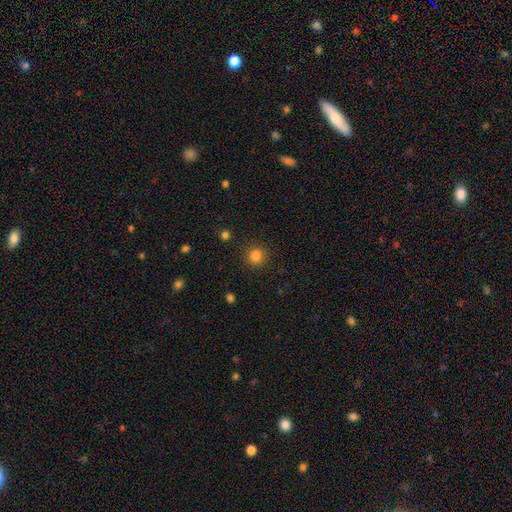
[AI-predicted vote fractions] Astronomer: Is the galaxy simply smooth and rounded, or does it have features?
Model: smooth — 83%.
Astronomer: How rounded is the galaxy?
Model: round — 93%.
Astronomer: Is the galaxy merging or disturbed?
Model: none — 90%.